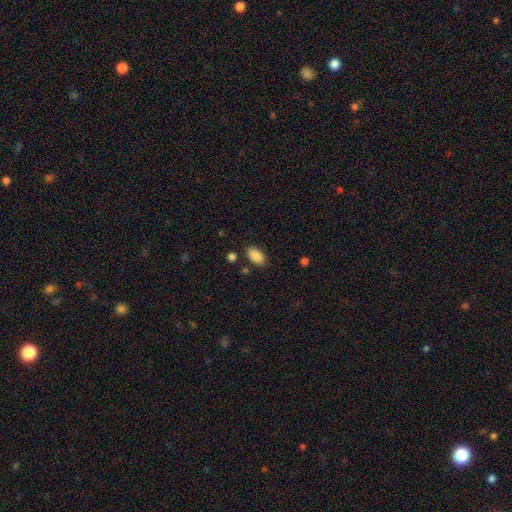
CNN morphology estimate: This appears to be a smooth galaxy with no disk features (87%) that is in between round and cigar-shaped (93%). Merging: none (83%).